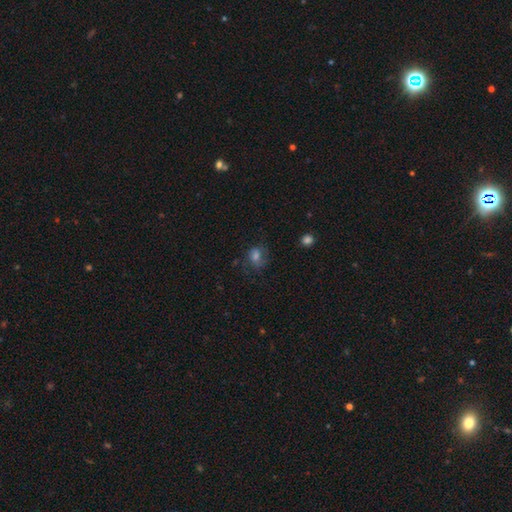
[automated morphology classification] Q: Smooth or featured?
A: smooth (55%); runner-up: featured or disk (27%)
Q: How rounded?
A: round (57%); runner-up: in between (42%)
Q: Merging?
A: none (58%); runner-up: minor disturbance (23%)